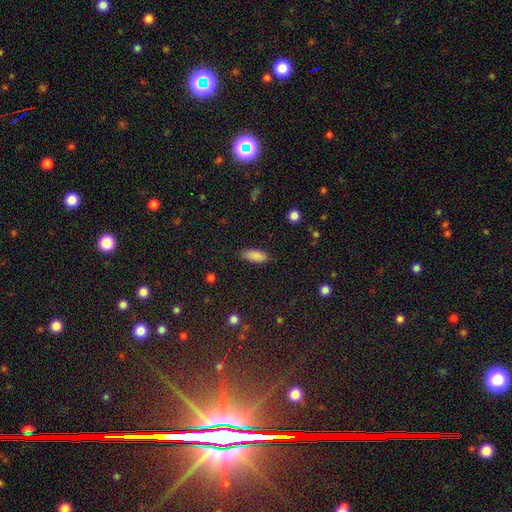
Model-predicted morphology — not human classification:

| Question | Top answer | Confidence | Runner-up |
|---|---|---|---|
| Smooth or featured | smooth | 88% | star or artifact (7%) |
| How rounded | in between | 82% | cigar-shaped (16%) |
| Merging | none | 85% | minor disturbance (11%) |